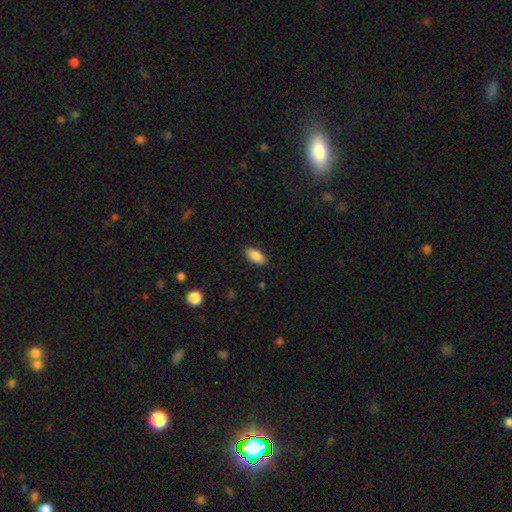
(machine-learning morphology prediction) Smooth or featured? Predicted: smooth (p=0.87). How rounded? Predicted: in between (p=0.90). Merging? Predicted: none (p=0.86).